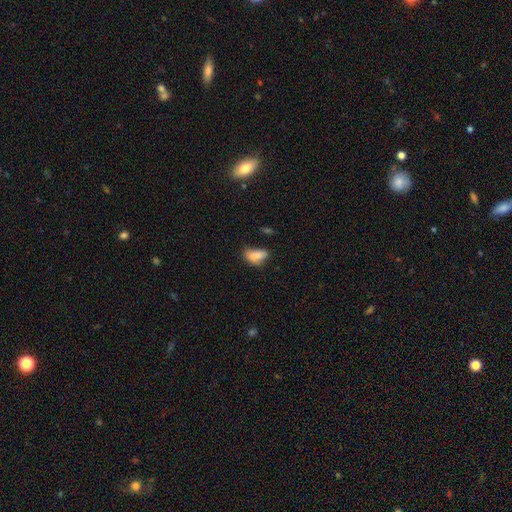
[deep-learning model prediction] smooth-or-featured: smooth: 78% | featured or disk: 12% | star or artifact: 11%
  how-rounded: in between: 87% | round: 8% | cigar-shaped: 6%
  merging: none: 39% | minor disturbance: 29% | merger: 19% | major disturbance: 13%